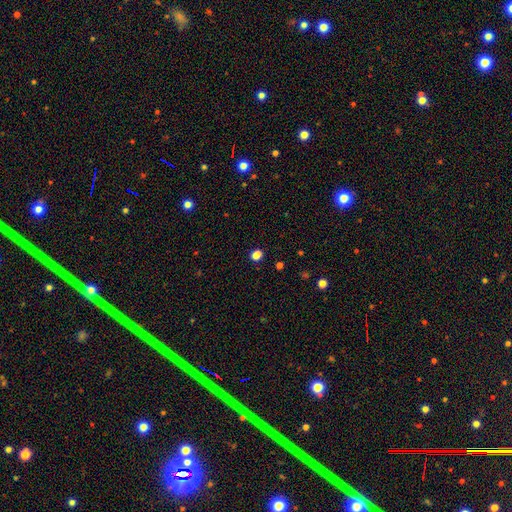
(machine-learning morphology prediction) A smooth galaxy with no disk features (75%) that is round (59%).

Vote fractions:
- Smooth or featured? smooth: 75% / star or artifact: 22% / featured or disk: 4%
- How rounded? round: 59% / in between: 40% / cigar-shaped: 1%
- Merging? none: 87% / minor disturbance: 8% / major disturbance: 3% / merger: 2%